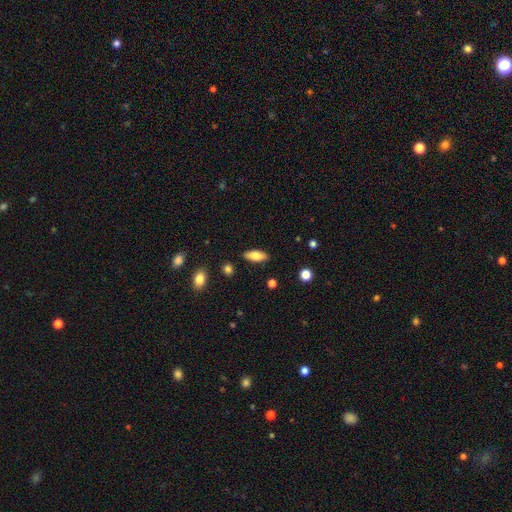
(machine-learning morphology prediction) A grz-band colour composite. It shows a smooth galaxy with no disk features (77%) that is in between round and cigar-shaped (80%). Merging: none (87%).